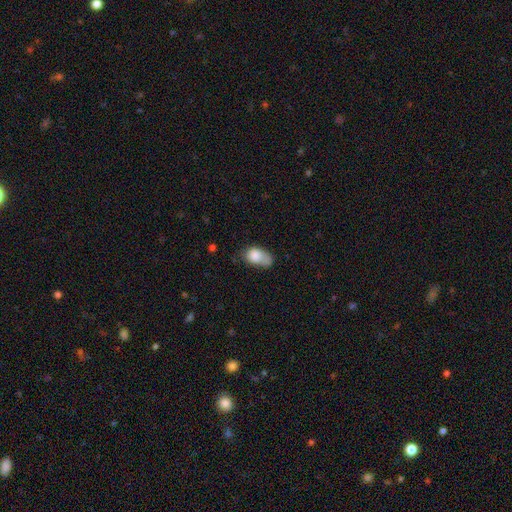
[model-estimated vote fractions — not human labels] Smooth or featured? smooth (79%)
How rounded? in between (84%)
Merging? none (32%)